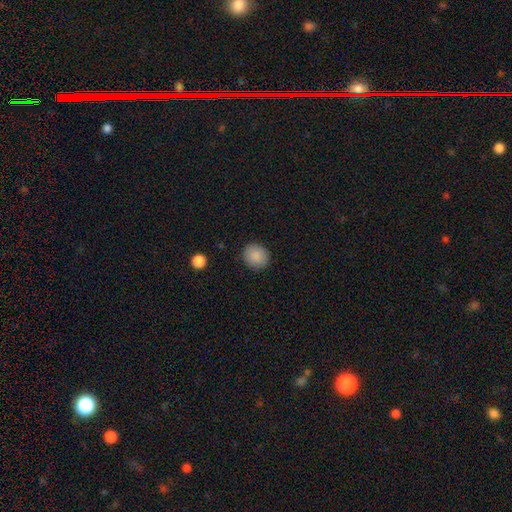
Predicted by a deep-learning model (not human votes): A smooth galaxy with no disk features (89%) that is round (83%).

Vote fractions:
- Smooth or featured? smooth: 89% / star or artifact: 8% / featured or disk: 4%
- How rounded? round: 83% / in between: 16% / cigar-shaped: 1%
- Merging? none: 90% / minor disturbance: 7% / major disturbance: 2% / merger: 1%